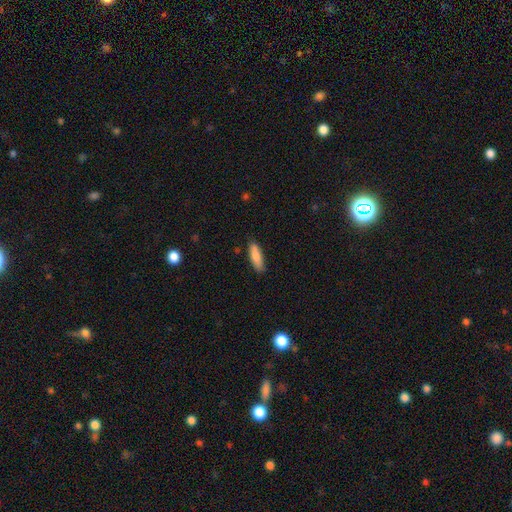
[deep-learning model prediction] Smooth or featured? Predicted: smooth (p=0.85). How rounded? Predicted: cigar-shaped (p=0.55). Merging? Predicted: none (p=0.84).